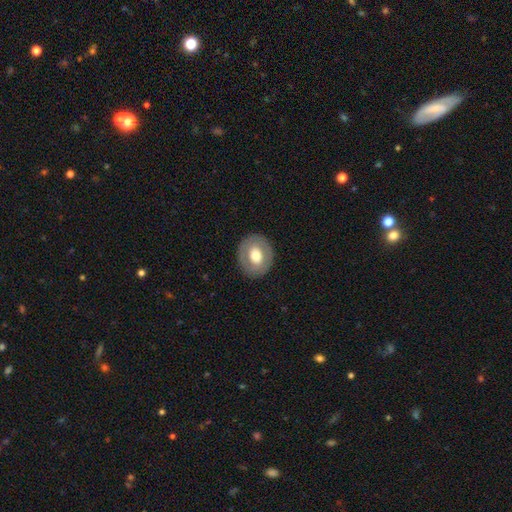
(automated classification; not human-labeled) Overall: smooth (50%; featured or disk 44%). How rounded: round (60%; in between 39%). Merging: none (87%).